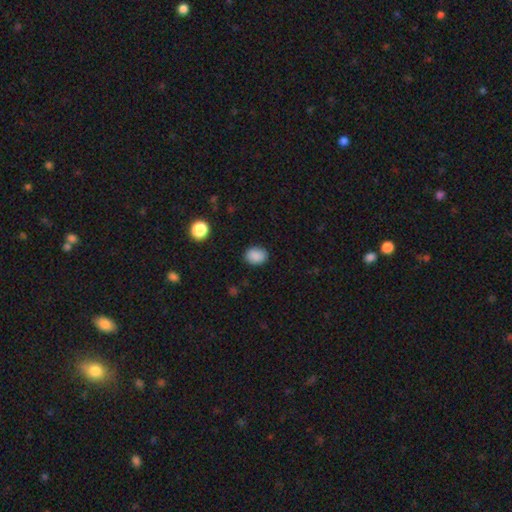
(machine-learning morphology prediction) A smooth galaxy with no disk features (87%) that is in between round and cigar-shaped (61%).

Vote fractions:
- Smooth or featured? smooth: 87% / star or artifact: 9% / featured or disk: 3%
- How rounded? in between: 61% / round: 38% / cigar-shaped: 1%
- Merging? none: 86% / minor disturbance: 11% / major disturbance: 3% / merger: 1%